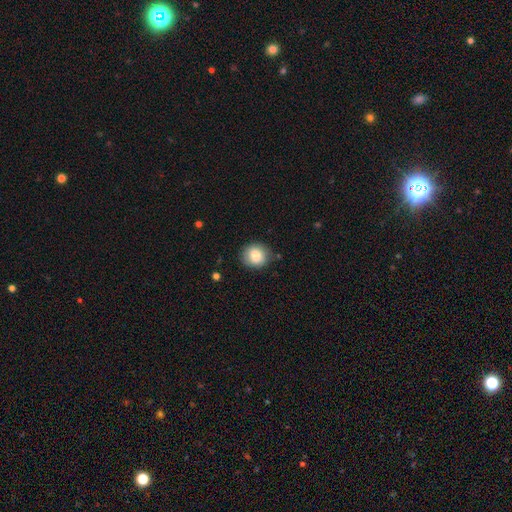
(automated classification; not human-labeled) Morphology: type=smooth (83%); roundness=round (81%); merging=none (83%).